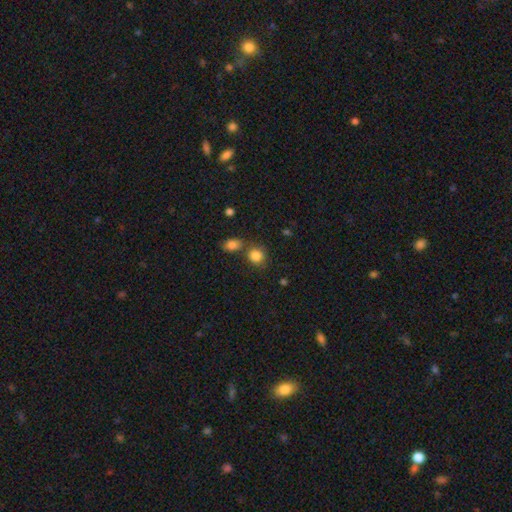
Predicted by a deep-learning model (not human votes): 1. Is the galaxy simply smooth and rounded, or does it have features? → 84% smooth, 10% star or artifact, 5% featured or disk.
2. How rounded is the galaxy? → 78% round, 21% in between, 1% cigar-shaped.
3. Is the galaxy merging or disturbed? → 65% none, 20% merger, 12% minor disturbance, 4% major disturbance.